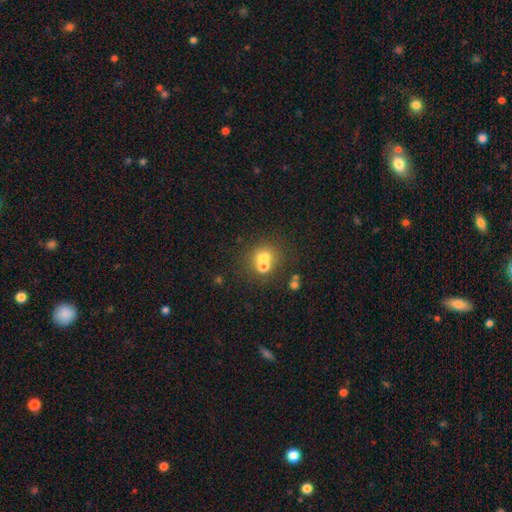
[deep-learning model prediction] The model was most divided on "merging": none: 46%, merger: 44%, minor disturbance: 7%, major disturbance: 3%. More confident: how rounded — round (81%); smooth or featured — smooth (59%).